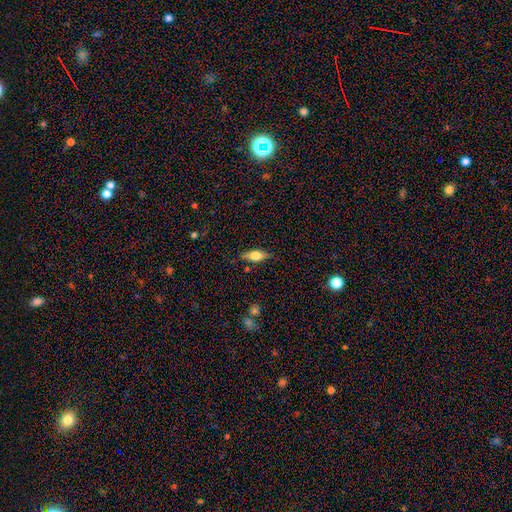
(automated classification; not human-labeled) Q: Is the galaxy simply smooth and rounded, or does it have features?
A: featured or disk — 48%.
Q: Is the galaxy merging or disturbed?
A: none — 84%.